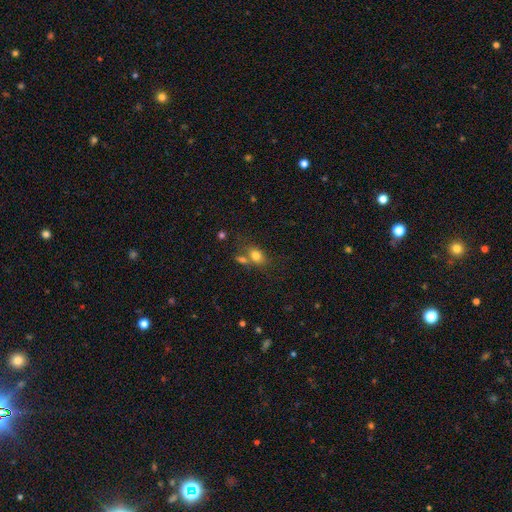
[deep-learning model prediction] Overall: smooth (79%). How rounded: in between (71%). Merging: none (50%; merger 29%).